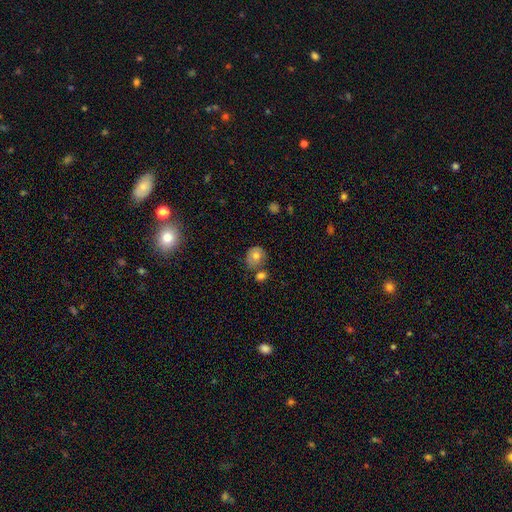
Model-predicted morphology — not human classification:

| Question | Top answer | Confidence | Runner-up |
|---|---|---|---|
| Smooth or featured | smooth | 68% | featured or disk (23%) |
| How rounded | round | 73% | in between (26%) |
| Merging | none | 54% | minor disturbance (20%) |